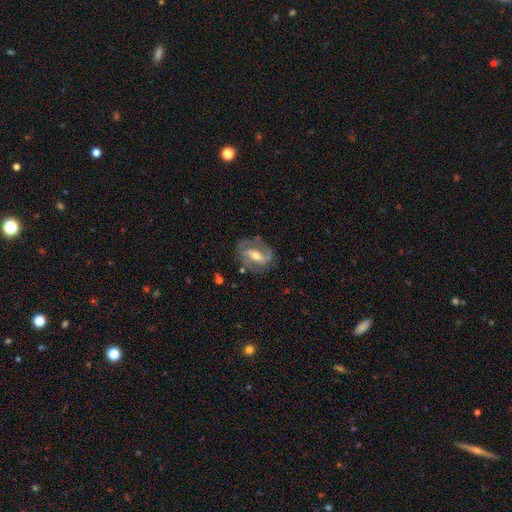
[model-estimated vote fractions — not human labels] featured or disk 80%, smooth 14%, star or artifact 6%. Down the decision tree: edge-on disk — no (95%); bar — strong (40%); spiral arms — yes (87%); spiral arm count — 2 (73%); spiral winding — medium (45%); bulge size — moderate (64%); merging — none (65%).